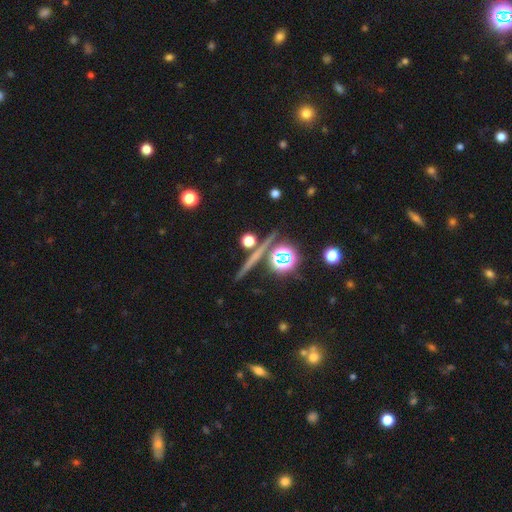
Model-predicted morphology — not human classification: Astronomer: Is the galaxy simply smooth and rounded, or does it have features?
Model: star or artifact — 39% (runner-up: featured or disk, 31%).